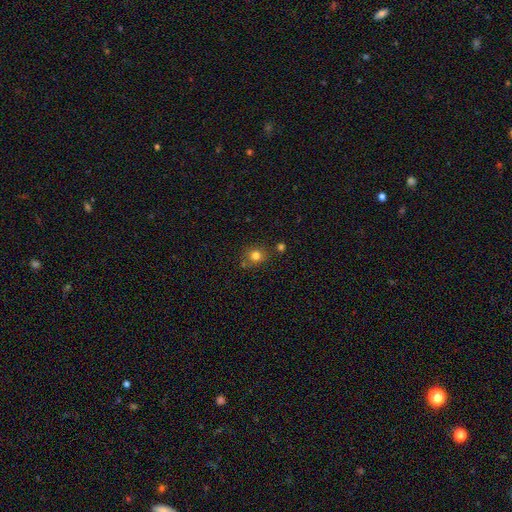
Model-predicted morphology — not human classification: Overall: smooth (79%). How rounded: round (80%). Merging: none (76%).